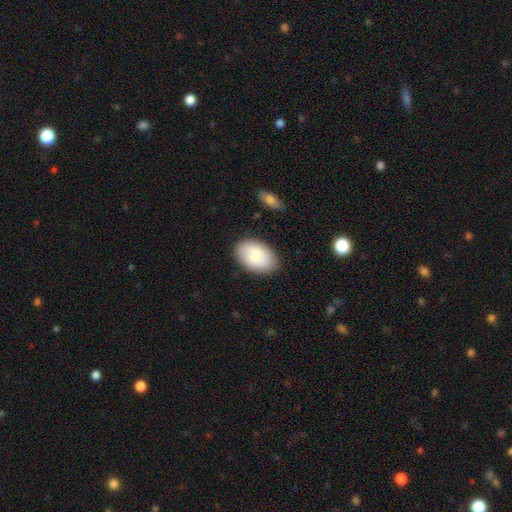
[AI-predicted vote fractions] Q: Smooth or featured?
A: smooth (80%); runner-up: featured or disk (13%)
Q: How rounded?
A: in between (89%); runner-up: round (10%)
Q: Merging?
A: none (84%); runner-up: minor disturbance (12%)